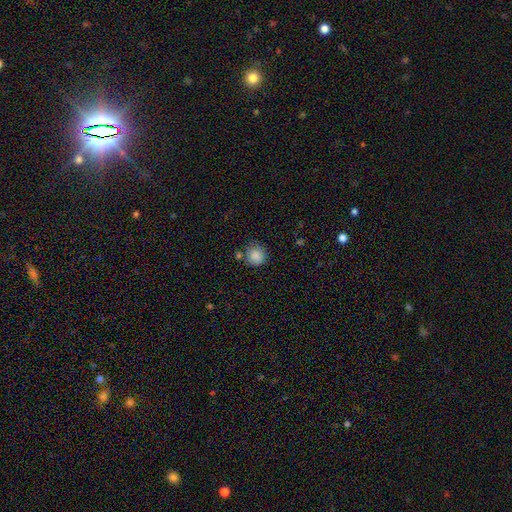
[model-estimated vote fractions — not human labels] This appears to be a smooth galaxy with no disk features (86%) that is round (89%). Merging: none (73%).